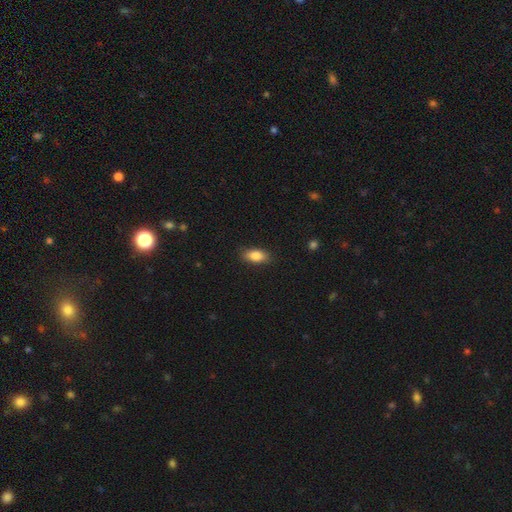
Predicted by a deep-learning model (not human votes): Smooth or featured? Predicted: smooth (p=0.84). How rounded? Predicted: in between (p=0.87). Merging? Predicted: none (p=0.87).